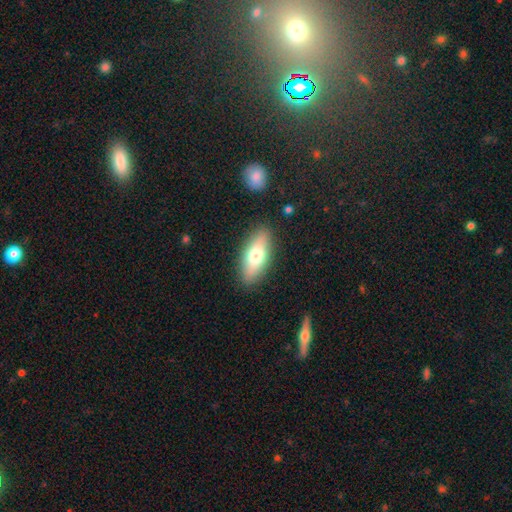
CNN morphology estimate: type=smooth (67%); roundness=in between (75%); merging=none (87%).